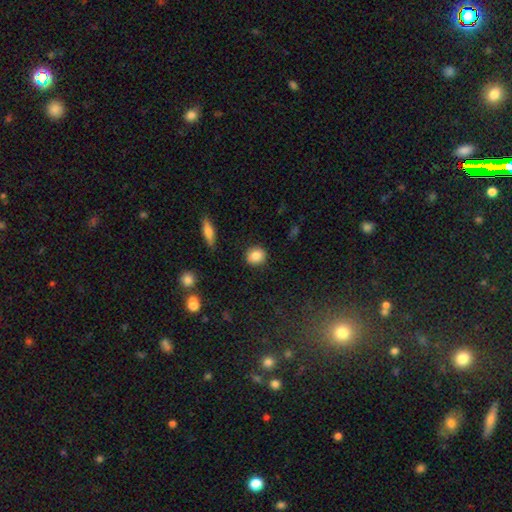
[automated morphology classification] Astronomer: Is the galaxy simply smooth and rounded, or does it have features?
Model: smooth — 85%.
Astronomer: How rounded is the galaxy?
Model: round — 76%.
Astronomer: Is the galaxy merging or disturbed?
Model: none — 87%.